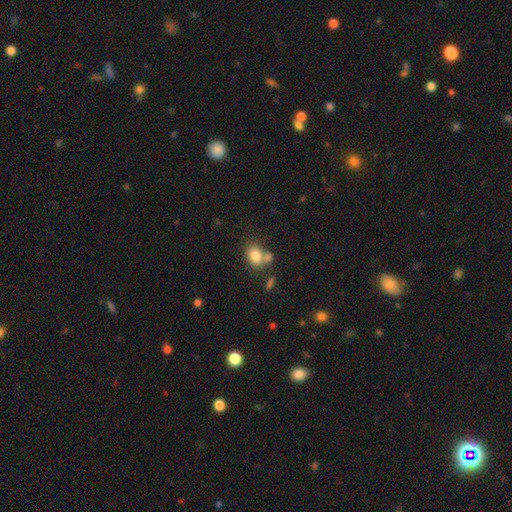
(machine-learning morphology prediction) Smooth or featured? smooth (81%)
How rounded? in between (58%)
Merging? none (49%)